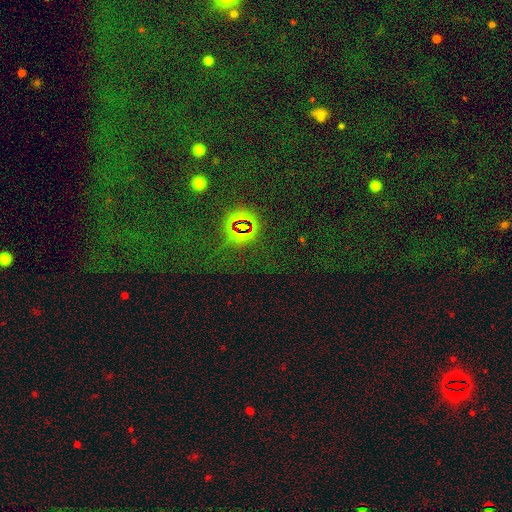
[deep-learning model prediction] This appears to be a star or artifact, not a galaxy (74%).